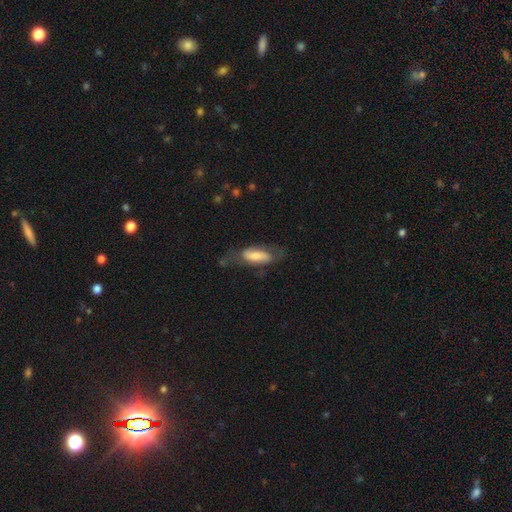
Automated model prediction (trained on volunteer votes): Smooth or featured: smooth — 58% (featured or disk — 35%)
How rounded: in between — 71% (cigar-shaped — 27%)
Merging: none — 47% (minor disturbance — 27%)